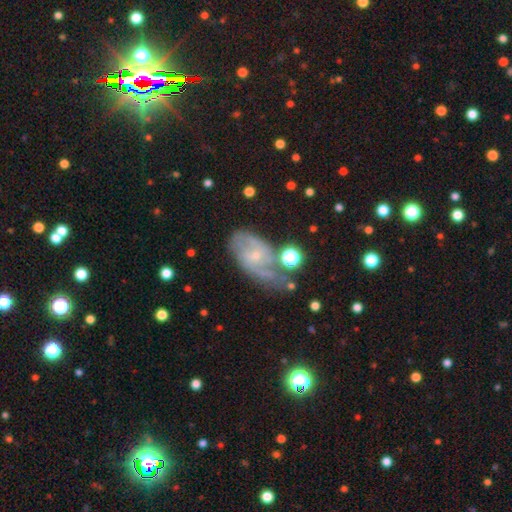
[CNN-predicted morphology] A featured or disk galaxy (74%) with no bar (57%), 2 (60%) medium (46%) spiral arms (88%) and a small central bulge (75%). Merging: none (47%).